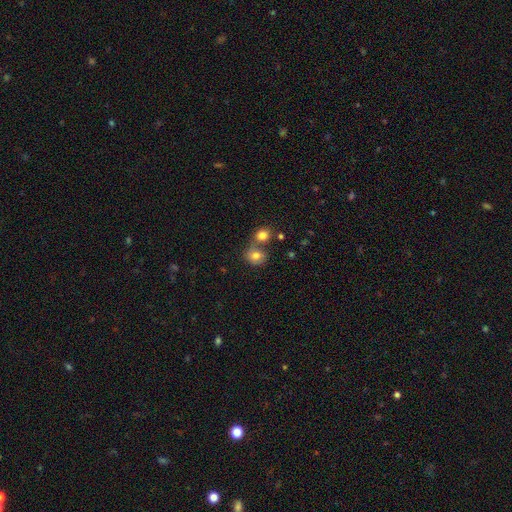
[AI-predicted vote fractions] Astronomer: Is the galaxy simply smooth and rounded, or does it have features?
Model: smooth — 79%.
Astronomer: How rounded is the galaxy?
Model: round — 69%.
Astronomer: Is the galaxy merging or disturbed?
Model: none — 46% (runner-up: merger, 40%).